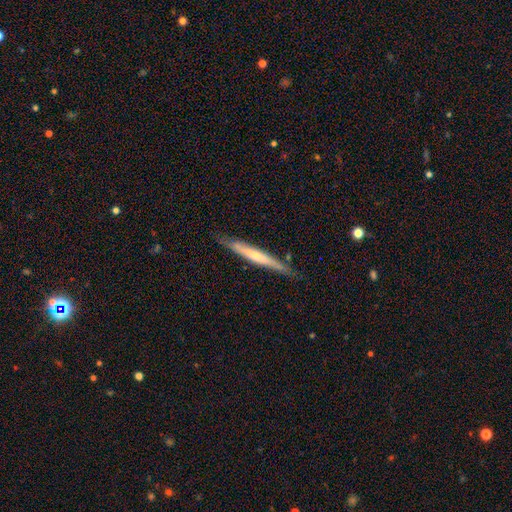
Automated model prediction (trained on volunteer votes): This appears to be a featured or disk galaxy (53%) viewed edge-on (93%). Merging: none (83%).